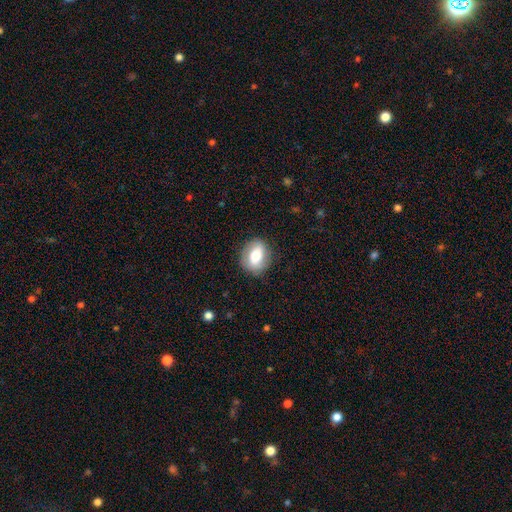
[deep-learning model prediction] smooth-or-featured: smooth: 63% | featured or disk: 29% | star or artifact: 8%
  how-rounded: in between: 52% | round: 46% | cigar-shaped: 1%
  merging: none: 82% | minor disturbance: 13% | major disturbance: 4% | merger: 1%